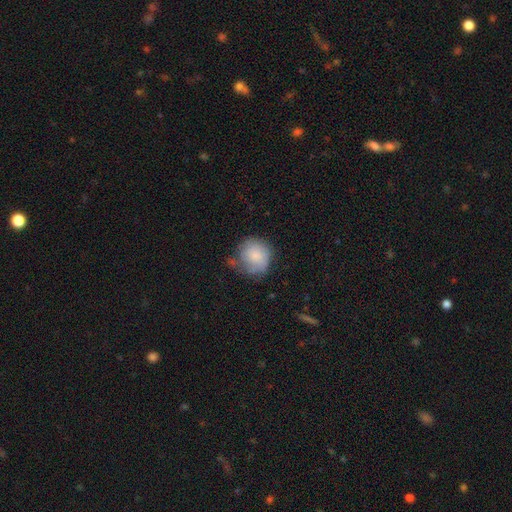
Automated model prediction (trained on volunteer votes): smooth 70%, featured or disk 23%, star or artifact 7%. Down the decision tree: how rounded — round (86%); merging — none (49%).